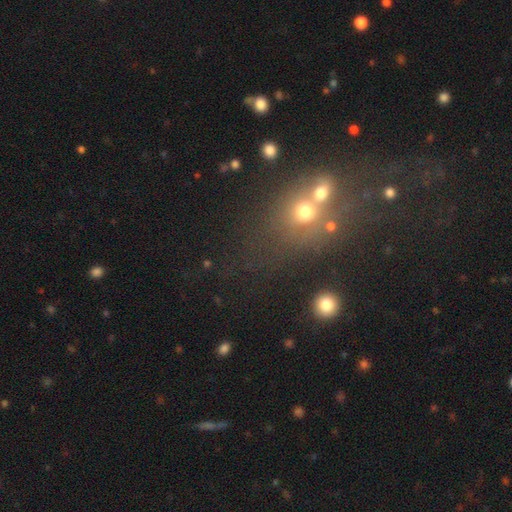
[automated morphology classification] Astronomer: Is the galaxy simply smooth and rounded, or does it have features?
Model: star or artifact — 44% (runner-up: smooth, 39%).